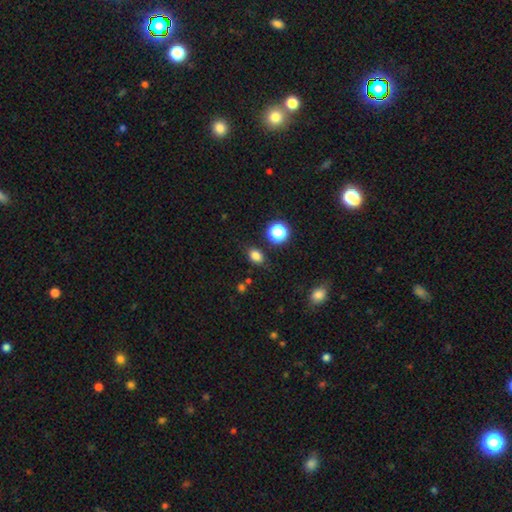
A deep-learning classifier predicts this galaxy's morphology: The model was most divided on "how rounded": in between: 66%, round: 32%, cigar-shaped: 2%. More confident: smooth or featured — smooth (80%); merging — none (79%).